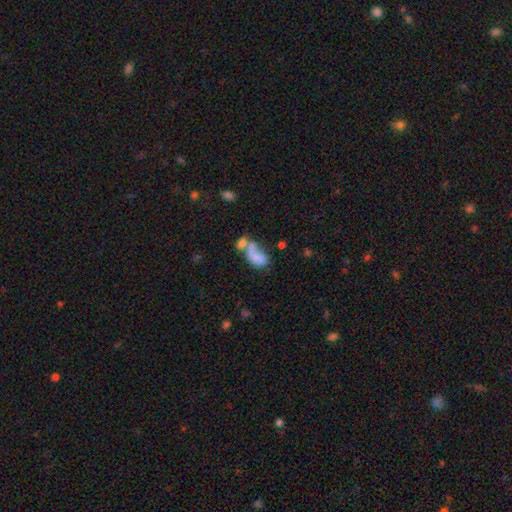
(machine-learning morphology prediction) smooth_or_featured: smooth (p=0.68) [alt: featured or disk p=0.22]
how_rounded: in between (p=0.87) [alt: round p=0.09]
merging: merger (p=0.51) [alt: major disturbance p=0.19]